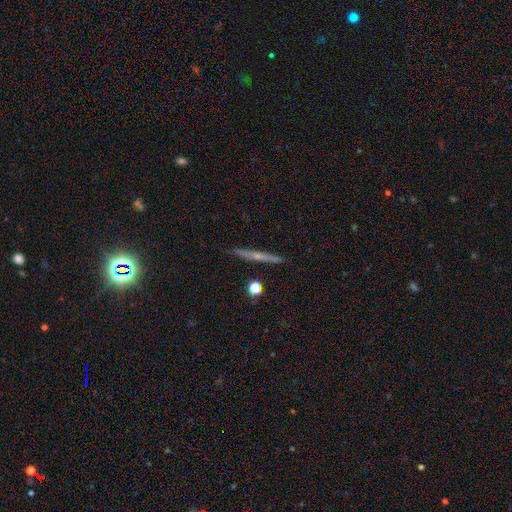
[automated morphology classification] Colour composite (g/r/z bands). It shows a featured or disk galaxy (64%) viewed edge-on (97%) with a rounded central bulge (60%). Merging: none (90%).